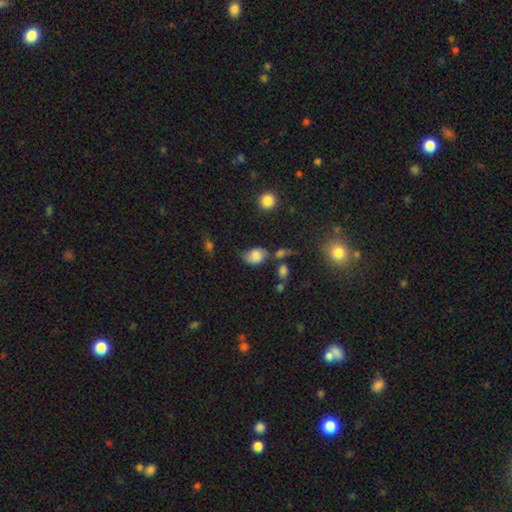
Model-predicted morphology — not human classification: Q: Smooth or featured?
A: smooth (74%); runner-up: featured or disk (15%)
Q: How rounded?
A: in between (75%); runner-up: round (24%)
Q: Merging?
A: none (47%); runner-up: minor disturbance (31%)